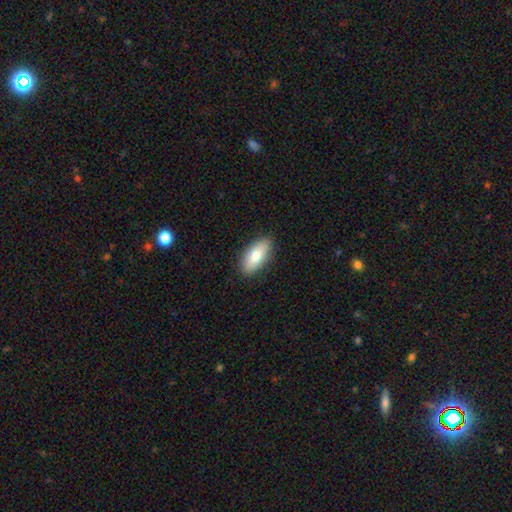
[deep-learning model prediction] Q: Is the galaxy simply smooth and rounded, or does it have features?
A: smooth — 76%.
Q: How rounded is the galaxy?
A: in between — 86%.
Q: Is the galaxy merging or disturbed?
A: none — 87%.